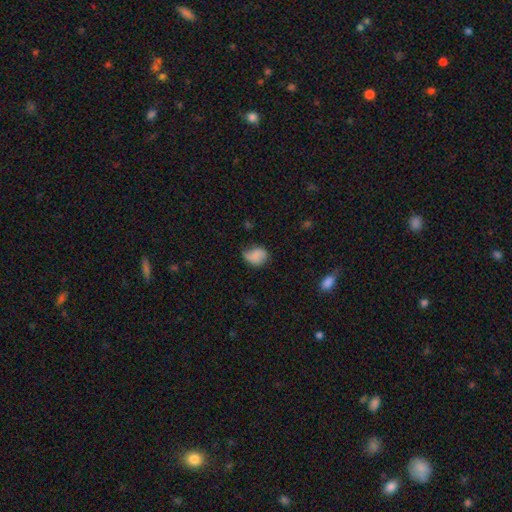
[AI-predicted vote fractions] The model was most divided on "merging": none: 45%, minor disturbance: 40%, major disturbance: 13%, merger: 2%. More confident: smooth or featured — smooth (78%); how rounded — in between (57%).